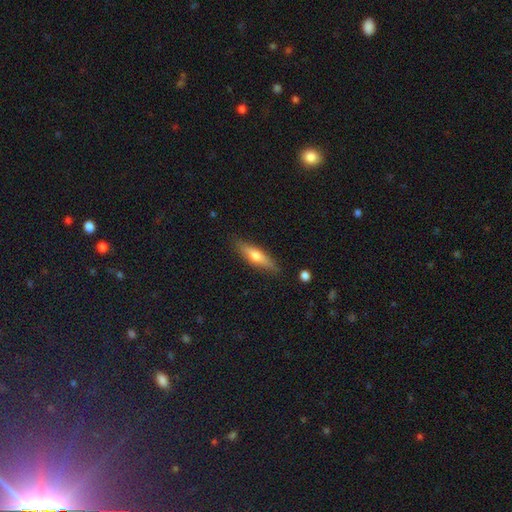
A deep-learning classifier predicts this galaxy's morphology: Smooth or featured?
  - smooth: 51% *
  - featured or disk: 43%
  - star or artifact: 6%
How rounded?
  - cigar-shaped: 73% *
  - in between: 25%
  - round: 2%
Merging?
  - none: 86% *
  - minor disturbance: 10%
  - major disturbance: 2%
  - merger: 2%